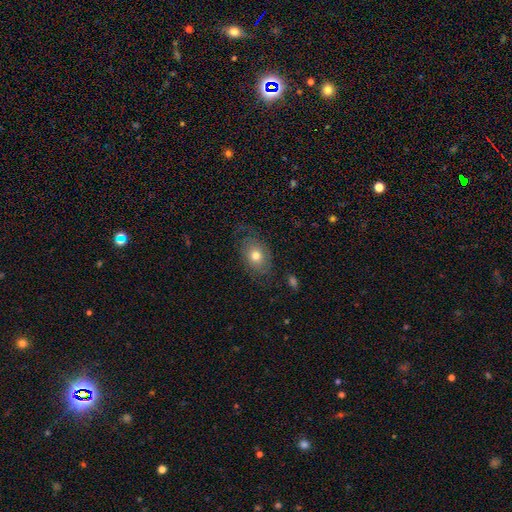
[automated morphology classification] This appears to be a smooth galaxy with no disk features (63%) that is in between round and cigar-shaped (73%). Merging: none (65%).